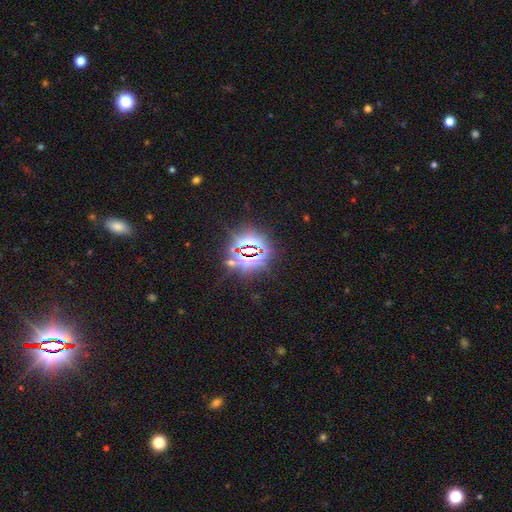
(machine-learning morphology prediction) A star or artifact, not a galaxy (83%).